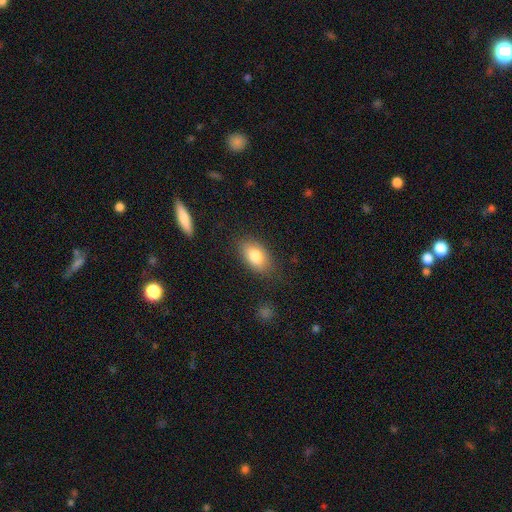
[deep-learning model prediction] The model was most divided on "merging": none: 80%, minor disturbance: 14%, major disturbance: 4%, merger: 2%. More confident: how rounded — in between (90%); smooth or featured — smooth (81%).